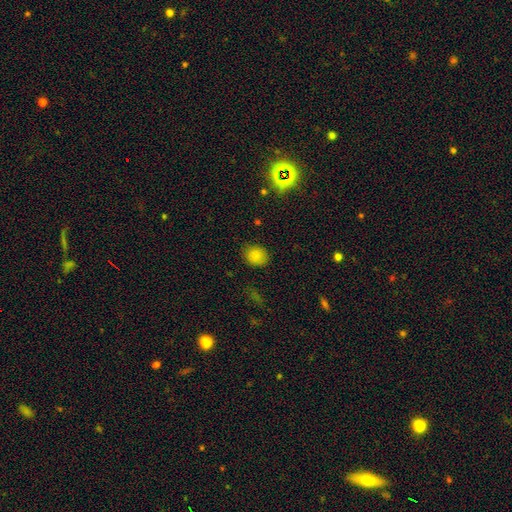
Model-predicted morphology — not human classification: This appears to be a smooth galaxy with no disk features (80%) that is round (68%). Merging: none (84%).